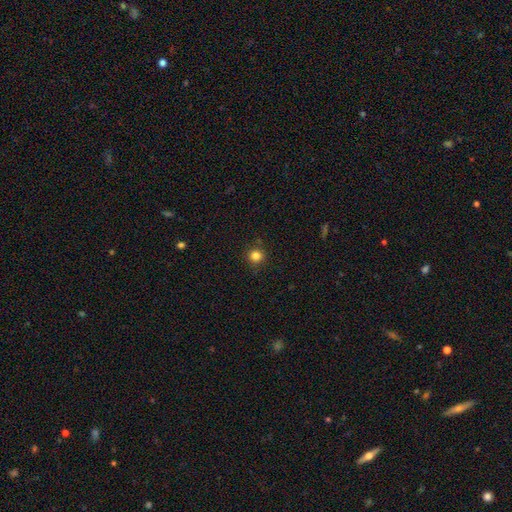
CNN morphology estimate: Smooth or featured? Predicted: smooth (p=0.82). How rounded? Predicted: round (p=0.93). Merging? Predicted: none (p=0.90).